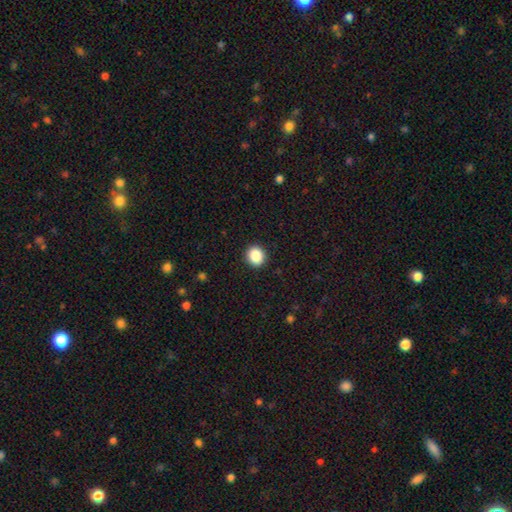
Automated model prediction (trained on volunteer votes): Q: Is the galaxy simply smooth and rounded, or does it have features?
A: smooth — 88%.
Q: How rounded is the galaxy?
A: round — 83%.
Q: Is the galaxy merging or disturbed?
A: none — 92%.